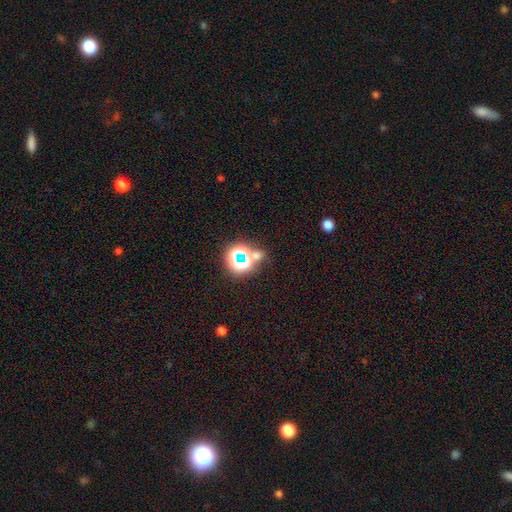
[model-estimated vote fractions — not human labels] This appears to be a star or artifact, not a galaxy (72%).